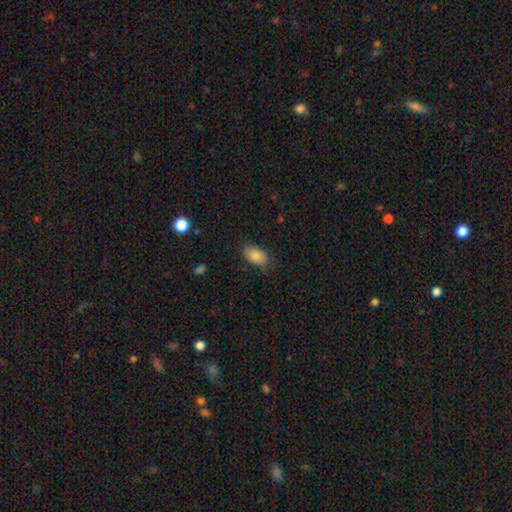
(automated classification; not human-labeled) A smooth galaxy with no disk features (83%) that is in between round and cigar-shaped (91%).

Vote fractions:
- Smooth or featured? smooth: 83% / featured or disk: 9% / star or artifact: 8%
- How rounded? in between: 91% / round: 7% / cigar-shaped: 2%
- Merging? none: 75% / minor disturbance: 20% / major disturbance: 4% / merger: 1%